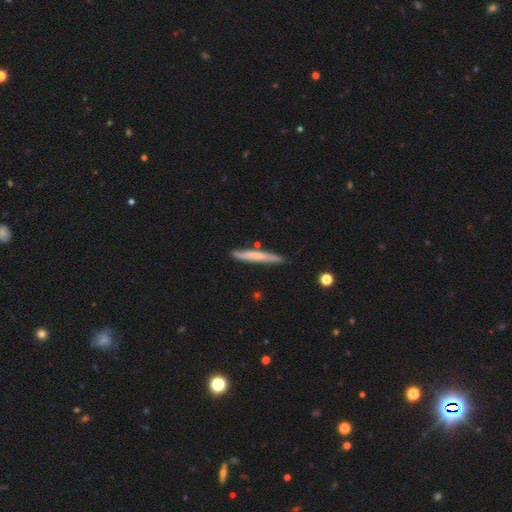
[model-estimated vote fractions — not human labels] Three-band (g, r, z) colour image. It shows a smooth galaxy with no disk features (59%) that is cigar-shaped (95%). Merging: none (80%).